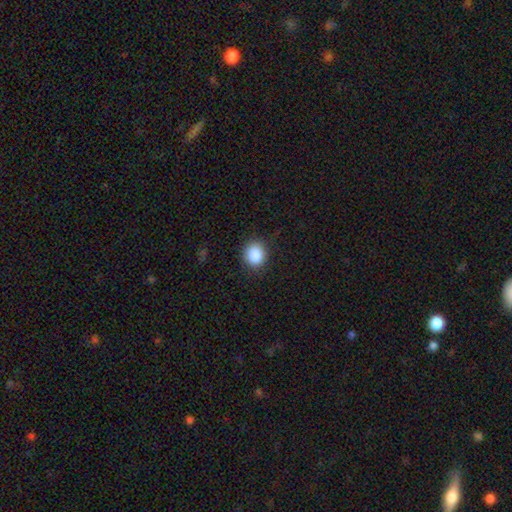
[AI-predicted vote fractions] This appears to be a smooth galaxy with no disk features (87%) that is round (70%). Merging: none (87%).